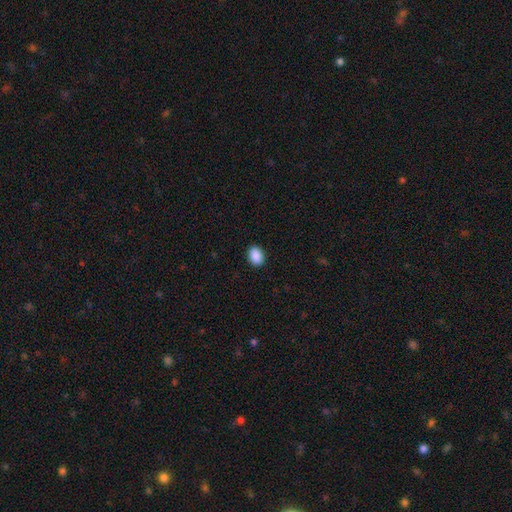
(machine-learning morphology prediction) smooth_or_featured: smooth (p=0.90) [alt: star or artifact p=0.07]
how_rounded: in between (p=0.76) [alt: round p=0.23]
merging: none (p=0.90) [alt: minor disturbance p=0.07]